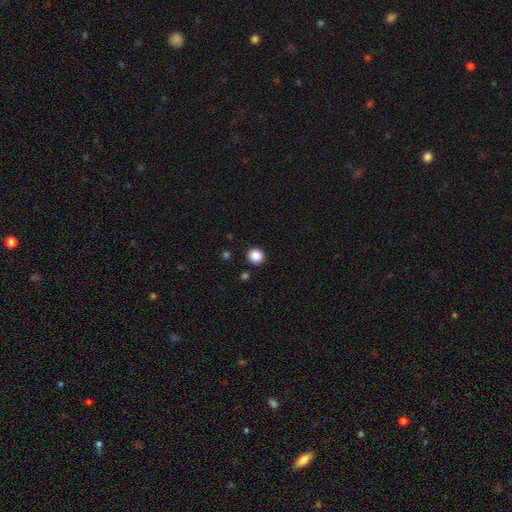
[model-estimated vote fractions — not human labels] Smooth or featured?
  - smooth: 87% *
  - star or artifact: 10%
  - featured or disk: 3%
How rounded?
  - round: 93% *
  - in between: 6%
  - cigar-shaped: 1%
Merging?
  - none: 92% *
  - minor disturbance: 5%
  - merger: 2%
  - major disturbance: 2%